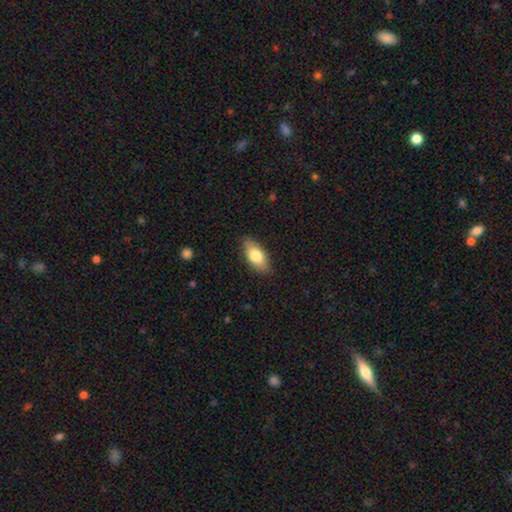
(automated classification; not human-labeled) A smooth galaxy with no disk features (77%) that is in between round and cigar-shaped (86%). Merging: none (85%).